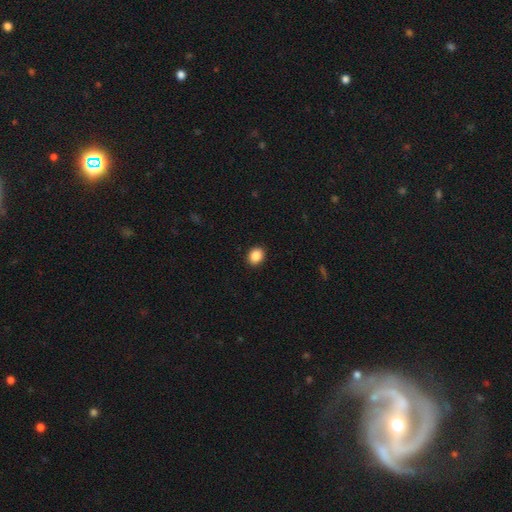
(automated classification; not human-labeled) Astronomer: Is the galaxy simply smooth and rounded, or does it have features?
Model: smooth — 88%.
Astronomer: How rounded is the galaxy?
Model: round — 59% (runner-up: in between, 40%).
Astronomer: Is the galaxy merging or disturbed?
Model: none — 92%.